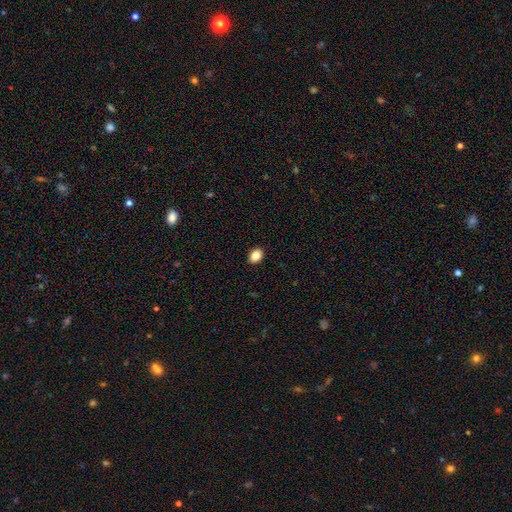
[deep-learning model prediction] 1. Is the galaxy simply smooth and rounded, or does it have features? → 85% smooth, 9% star or artifact, 6% featured or disk.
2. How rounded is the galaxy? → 65% in between, 34% round, 1% cigar-shaped.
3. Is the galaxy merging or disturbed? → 91% none, 7% minor disturbance, 2% major disturbance, 1% merger.